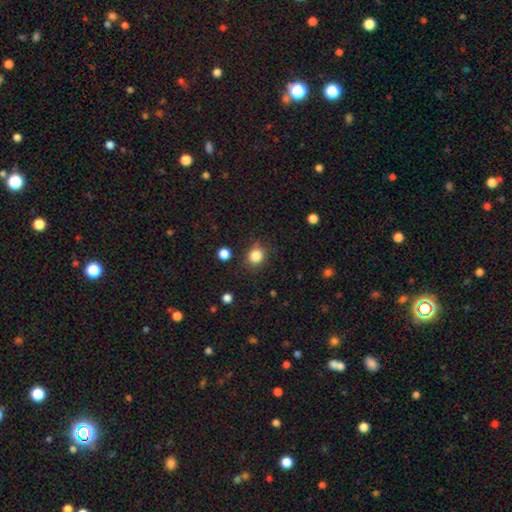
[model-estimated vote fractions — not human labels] Smooth or featured?
  - smooth: 85% *
  - star or artifact: 11%
  - featured or disk: 4%
How rounded?
  - round: 79% *
  - in between: 20%
  - cigar-shaped: 1%
Merging?
  - none: 81% *
  - minor disturbance: 12%
  - major disturbance: 4%
  - merger: 3%